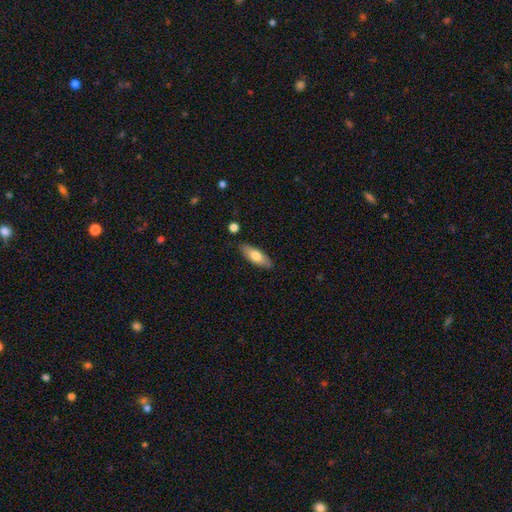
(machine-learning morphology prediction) Q: Smooth or featured?
A: smooth (71%); runner-up: featured or disk (23%)
Q: How rounded?
A: in between (63%); runner-up: cigar-shaped (35%)
Q: Merging?
A: none (84%); runner-up: minor disturbance (12%)